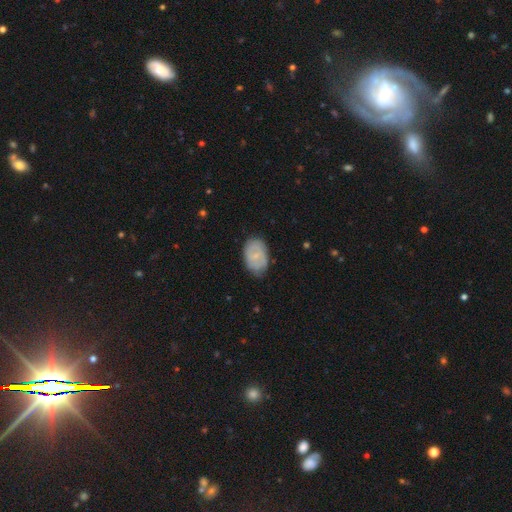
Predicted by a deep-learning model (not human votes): The model was most divided on "smooth or featured": smooth: 57%, featured or disk: 37%, star or artifact: 7%. More confident: how rounded — in between (86%); merging — none (71%).